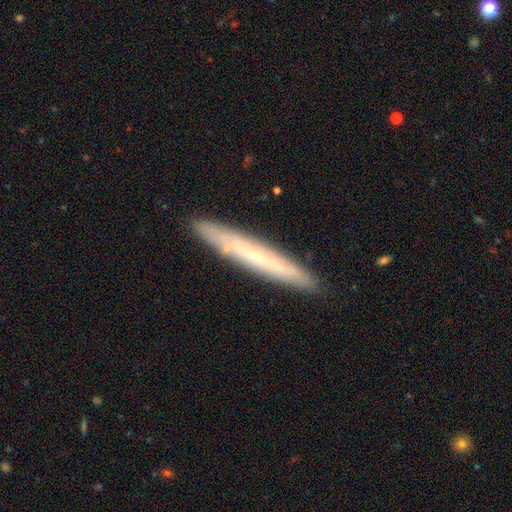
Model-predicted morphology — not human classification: This appears to be a featured or disk galaxy (51%) viewed edge-on (84%). Merging: none (89%).